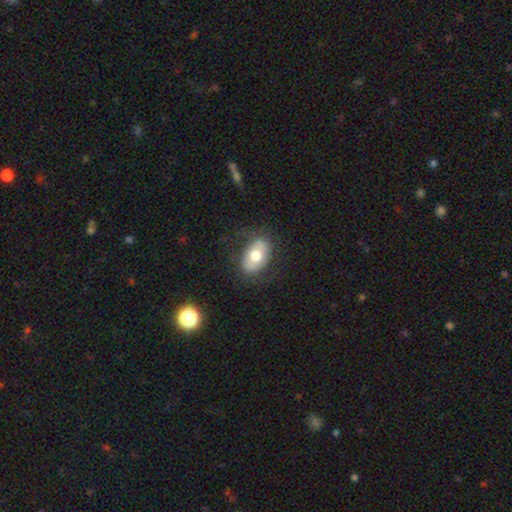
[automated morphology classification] A smooth galaxy with no disk features (64%) that is in between round and cigar-shaped (86%). Merging: none (73%).